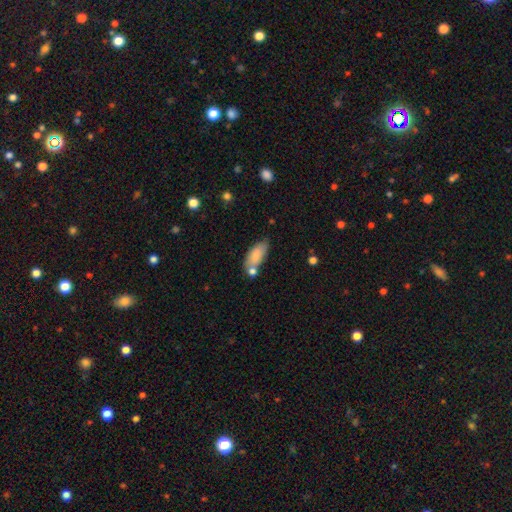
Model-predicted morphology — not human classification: Smooth or featured?
  - smooth: 80% *
  - featured or disk: 13%
  - star or artifact: 7%
How rounded?
  - in between: 86% *
  - cigar-shaped: 12%
  - round: 3%
Merging?
  - none: 54% *
  - merger: 21%
  - minor disturbance: 20%
  - major disturbance: 5%